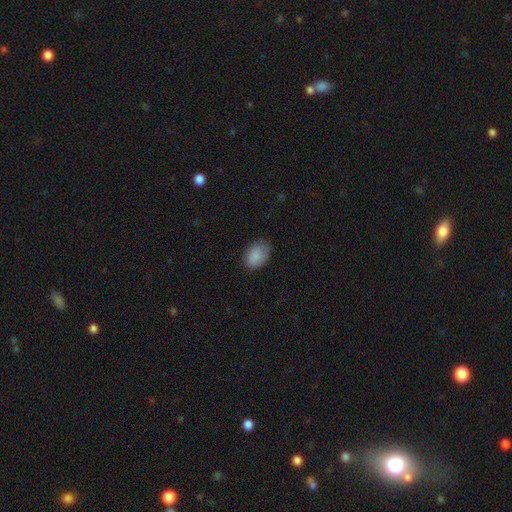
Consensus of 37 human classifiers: smooth_or_featured: smooth (p=0.92) [alt: star or artifact p=0.05]
how_rounded: in between (p=0.88) [alt: round p=0.12]
merging: none (p=0.80) [alt: minor disturbance p=0.14]